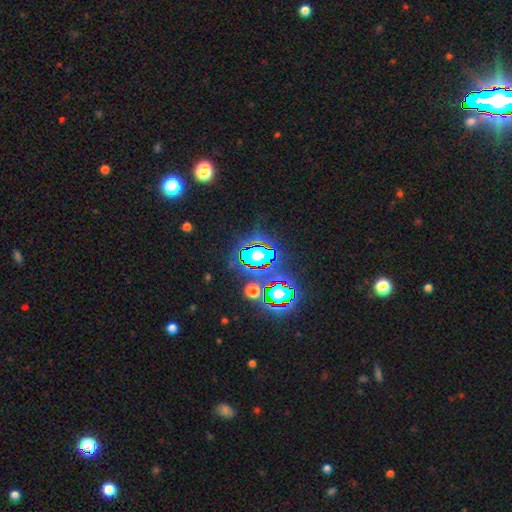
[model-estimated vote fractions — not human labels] Smooth or featured?
  - star or artifact: 79% *
  - smooth: 12%
  - featured or disk: 8%